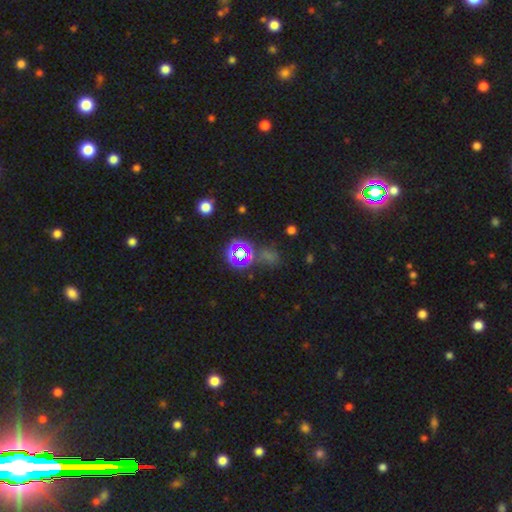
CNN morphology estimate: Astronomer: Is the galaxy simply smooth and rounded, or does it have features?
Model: smooth — 49% (runner-up: star or artifact, 40%).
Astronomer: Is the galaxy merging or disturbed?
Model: none — 59%.